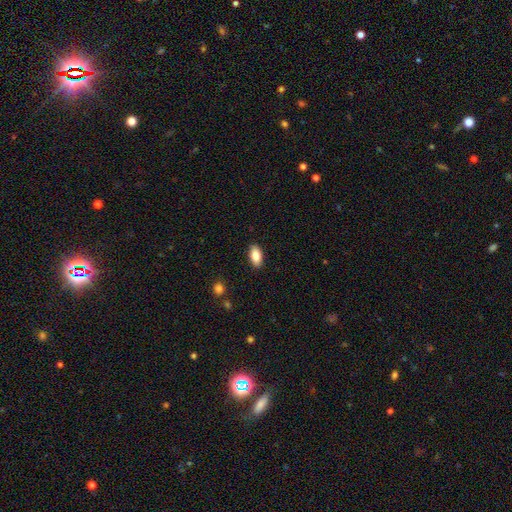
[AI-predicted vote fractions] Overall: smooth (84%). How rounded: in between (90%). Merging: none (89%).